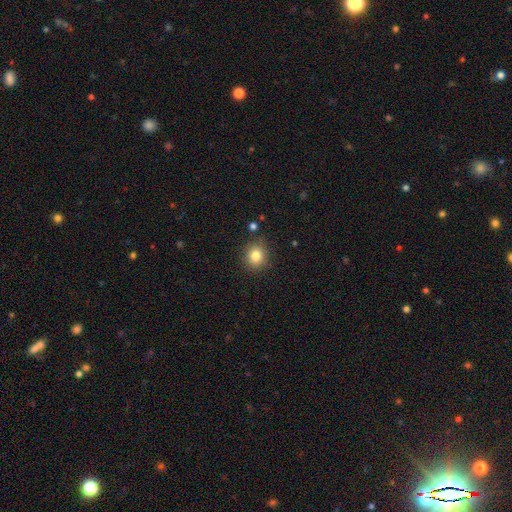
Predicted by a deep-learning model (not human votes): The model was most divided on "how rounded": round: 81%, in between: 18%, cigar-shaped: 1%. More confident: merging — none (86%); smooth or featured — smooth (82%).